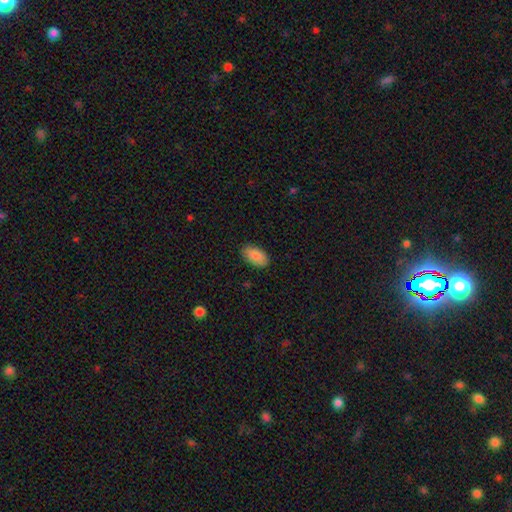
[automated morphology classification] smooth 90%, star or artifact 6%, featured or disk 4%. Down the decision tree: how rounded — in between (94%); merging — none (86%).